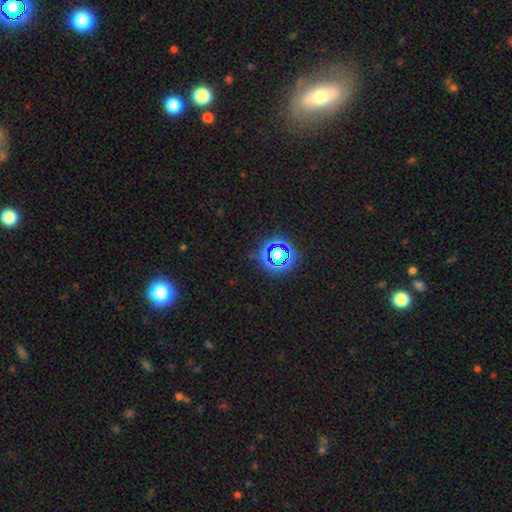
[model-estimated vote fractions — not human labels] Smooth or featured?
  - star or artifact: 56% *
  - smooth: 31%
  - featured or disk: 12%